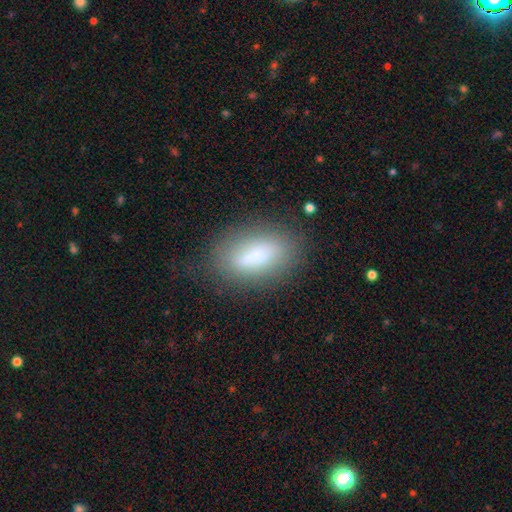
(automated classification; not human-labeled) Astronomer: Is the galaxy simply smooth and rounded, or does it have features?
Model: smooth — 71%.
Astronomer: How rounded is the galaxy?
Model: in between — 85%.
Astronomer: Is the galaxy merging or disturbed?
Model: none — 67%.